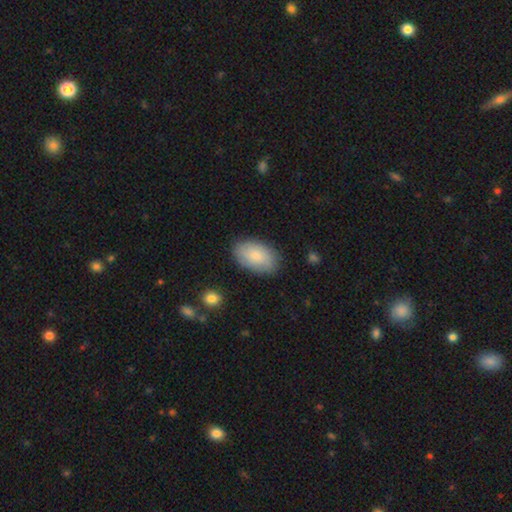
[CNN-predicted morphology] Overall: smooth (79%). How rounded: in between (94%). Merging: none (83%).